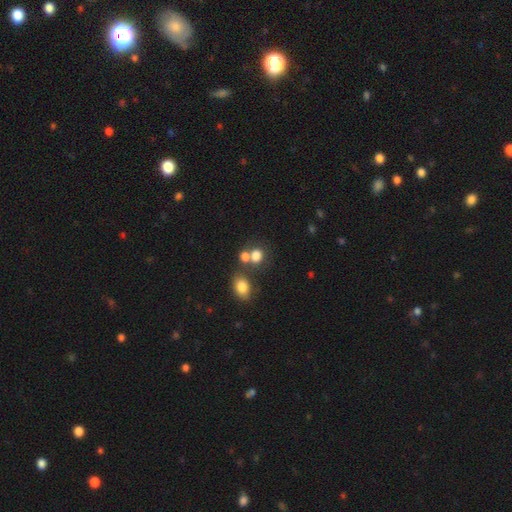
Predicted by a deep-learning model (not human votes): smooth-or-featured: smooth: 77% | star or artifact: 13% | featured or disk: 10%
  how-rounded: round: 58% | in between: 40% | cigar-shaped: 1%
  merging: none: 47% | merger: 38% | minor disturbance: 10% | major disturbance: 6%